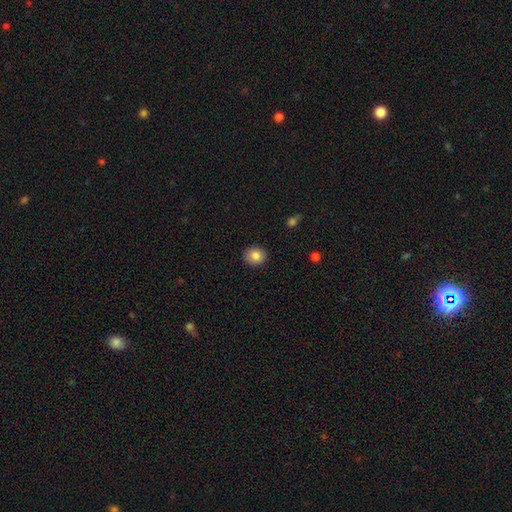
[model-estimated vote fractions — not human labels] Q: Smooth or featured?
A: smooth (83%); runner-up: star or artifact (9%)
Q: How rounded?
A: round (78%); runner-up: in between (21%)
Q: Merging?
A: none (90%); runner-up: minor disturbance (7%)